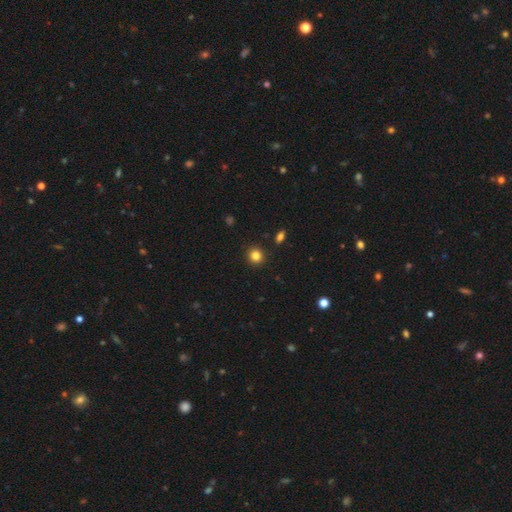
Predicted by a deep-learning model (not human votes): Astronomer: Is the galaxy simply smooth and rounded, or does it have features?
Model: smooth — 83%.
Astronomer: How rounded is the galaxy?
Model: round — 91%.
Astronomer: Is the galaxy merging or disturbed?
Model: none — 92%.